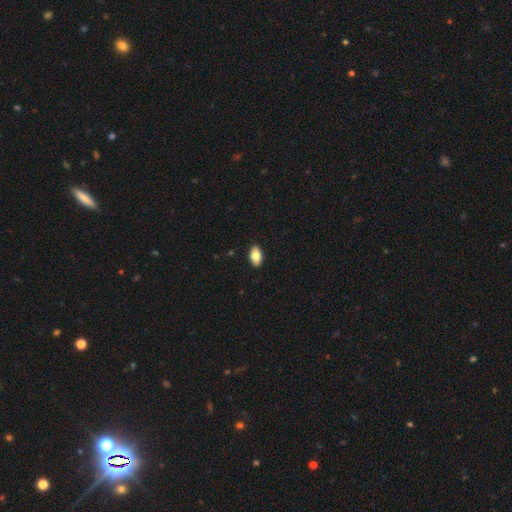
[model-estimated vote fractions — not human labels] A smooth galaxy with no disk features (82%) that is in between round and cigar-shaped (92%). Merging: none (90%).